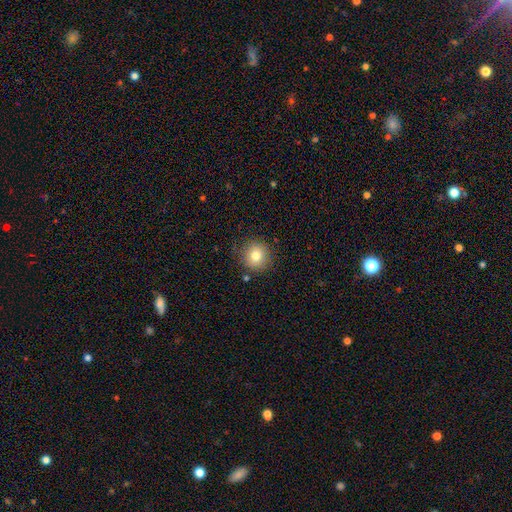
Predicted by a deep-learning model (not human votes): A smooth galaxy with no disk features (79%) that is round (92%).

Vote fractions:
- Smooth or featured? smooth: 79% / star or artifact: 11% / featured or disk: 10%
- How rounded? round: 92% / in between: 7% / cigar-shaped: 1%
- Merging? none: 86% / minor disturbance: 9% / major disturbance: 3% / merger: 2%